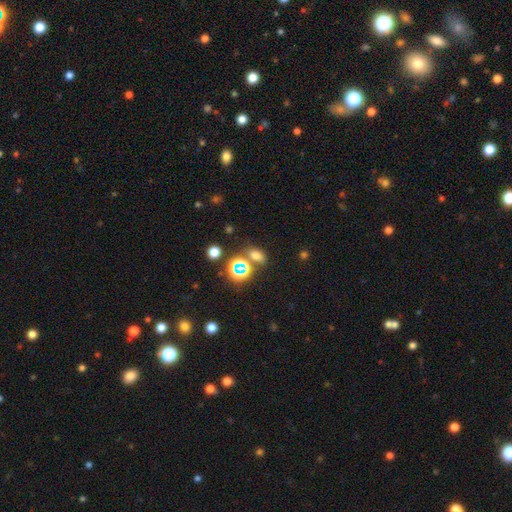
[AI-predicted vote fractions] Overall: smooth (62%; star or artifact 29%). How rounded: in between (71%). Merging: none (71%).